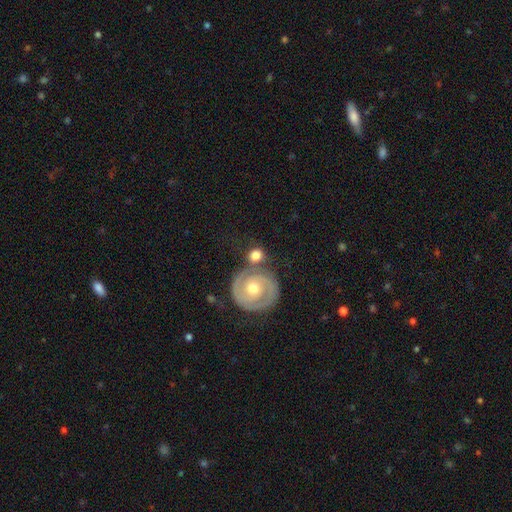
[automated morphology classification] Smooth or featured? smooth (48%)
Merging? none (57%)